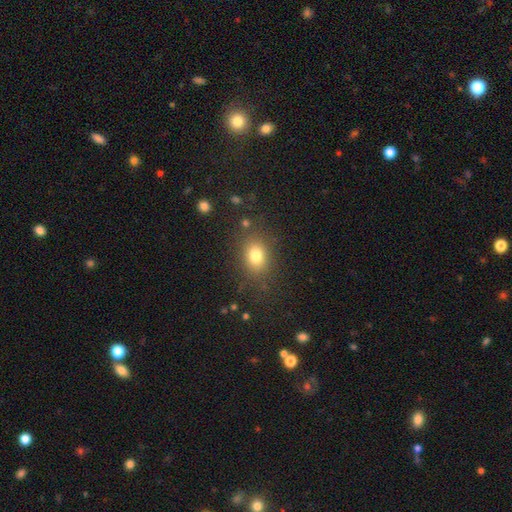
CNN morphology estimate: A smooth galaxy with no disk features (78%) that is in between round and cigar-shaped (59%).

Vote fractions:
- Smooth or featured? smooth: 78% / star or artifact: 12% / featured or disk: 10%
- How rounded? in between: 59% / round: 40% / cigar-shaped: 1%
- Merging? none: 81% / minor disturbance: 11% / major disturbance: 5% / merger: 3%